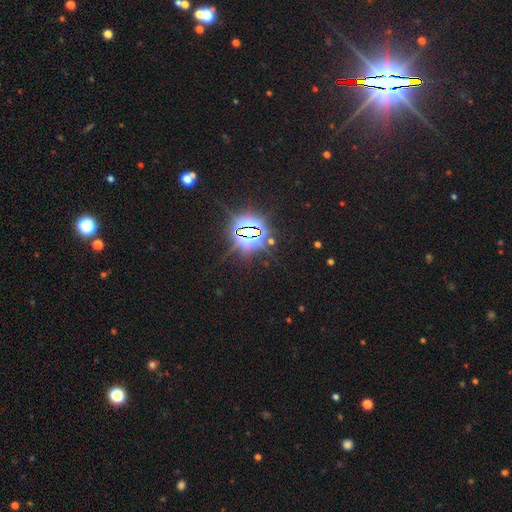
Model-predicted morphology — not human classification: type=star or artifact (85%).